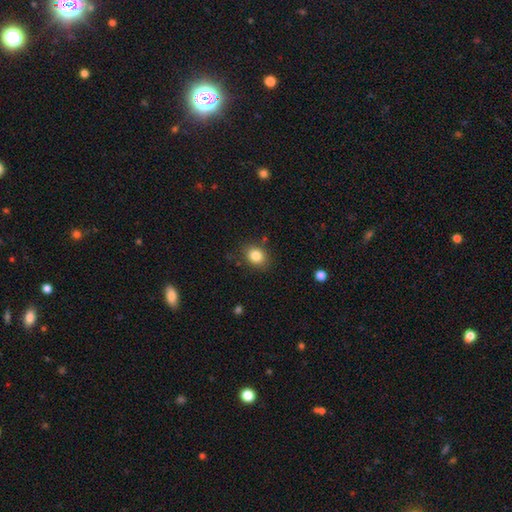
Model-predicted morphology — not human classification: This appears to be a smooth galaxy with no disk features (84%) that is round (58%). Merging: none (83%).